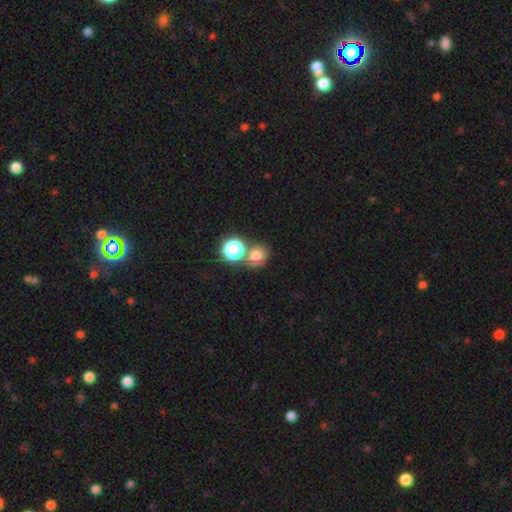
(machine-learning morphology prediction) smooth_or_featured: smooth (p=0.72) [alt: star or artifact p=0.18]
how_rounded: round (p=0.69) [alt: in between p=0.30]
merging: none (p=0.53) [alt: merger p=0.32]